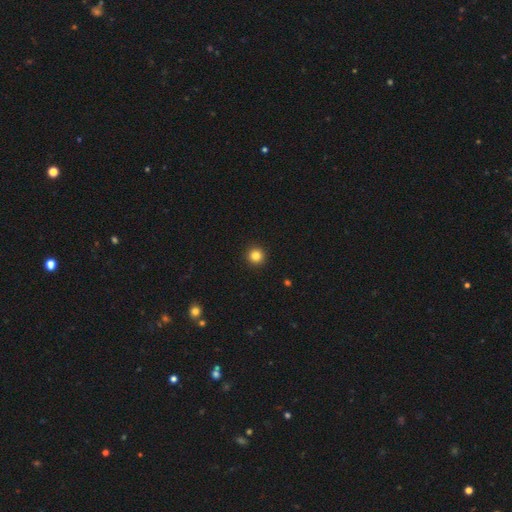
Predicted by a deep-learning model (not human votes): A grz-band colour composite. It shows a smooth galaxy with no disk features (84%) that is round (96%). Merging: none (94%).